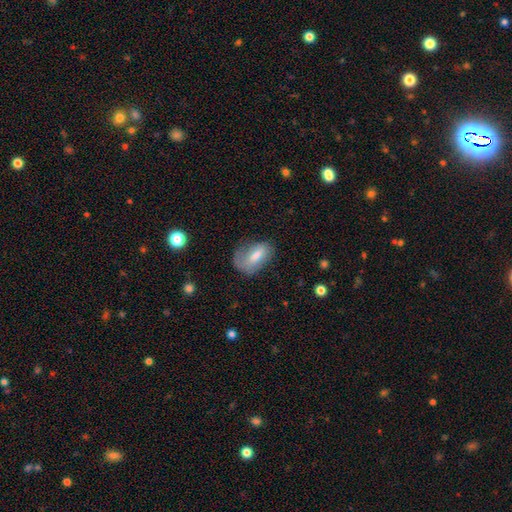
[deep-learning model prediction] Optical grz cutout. It shows a smooth galaxy with no disk features (68%) that is in between round and cigar-shaped (89%). Merging: none (50%).